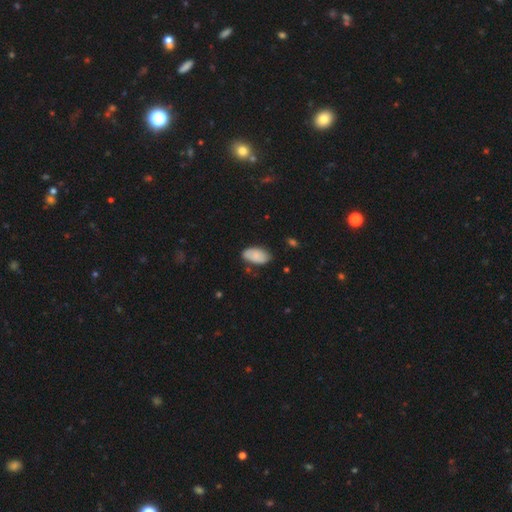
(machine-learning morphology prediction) smooth_or_featured: smooth (p=0.82) [alt: featured or disk p=0.11]
how_rounded: in between (p=0.95) [alt: round p=0.03]
merging: none (p=0.76) [alt: minor disturbance p=0.19]